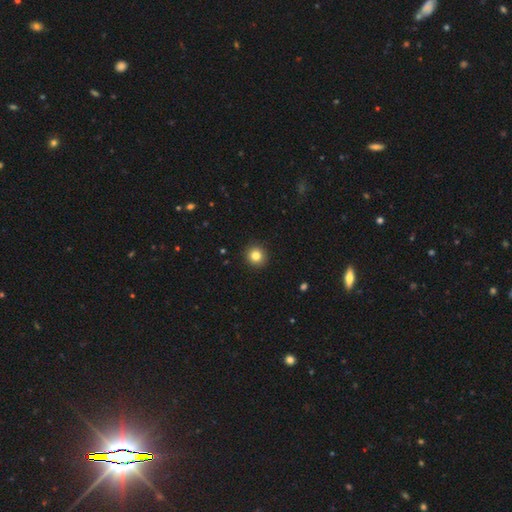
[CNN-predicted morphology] This is clearly a smooth galaxy (83%). How rounded: clearly round (93%). Merging: clearly none (93%).